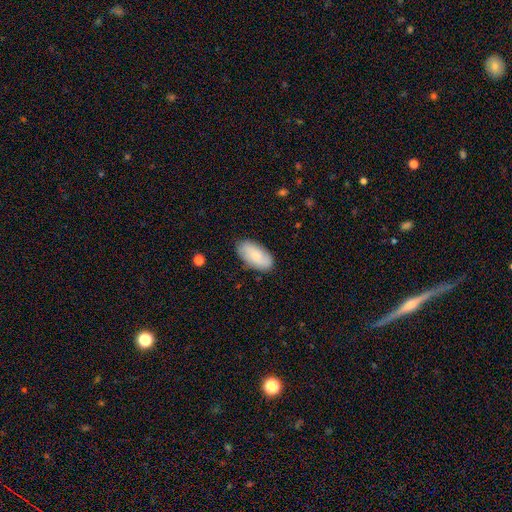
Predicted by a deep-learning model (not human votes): Overall: smooth (71%). How rounded: in between (94%). Merging: none (84%).